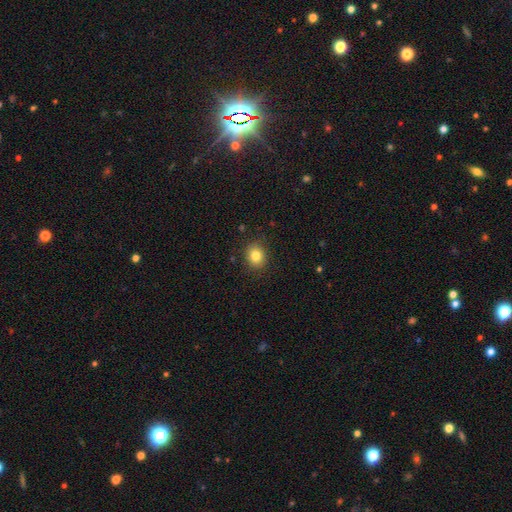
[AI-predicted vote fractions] Smooth or featured? Predicted: smooth (p=0.83). How rounded? Predicted: round (p=0.60). Merging? Predicted: none (p=0.88).